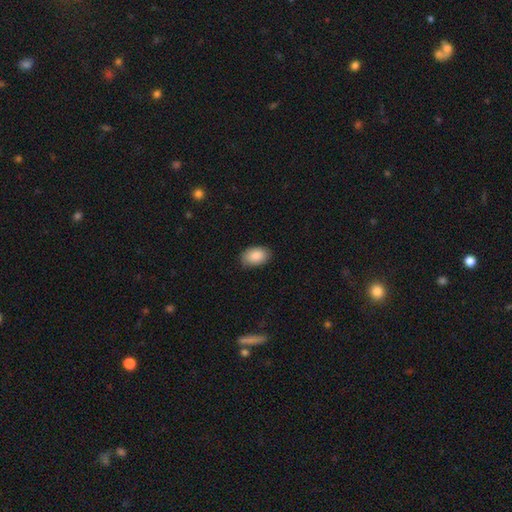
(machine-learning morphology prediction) Q: Smooth or featured?
A: smooth (89%); runner-up: star or artifact (6%)
Q: How rounded?
A: in between (91%); runner-up: round (8%)
Q: Merging?
A: none (83%); runner-up: minor disturbance (14%)